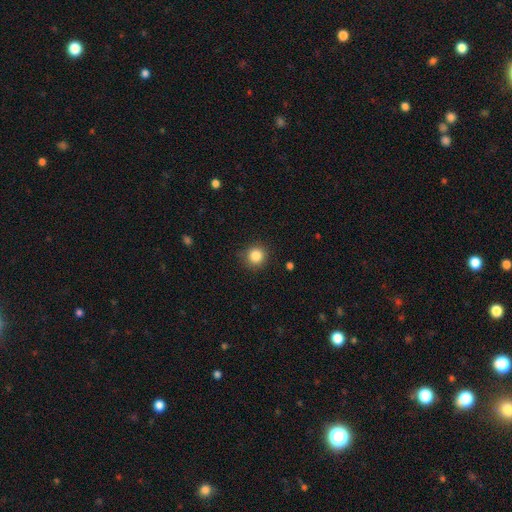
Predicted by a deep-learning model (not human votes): This is clearly a smooth galaxy (85%). How rounded: clearly round (91%). Merging: clearly none (86%).